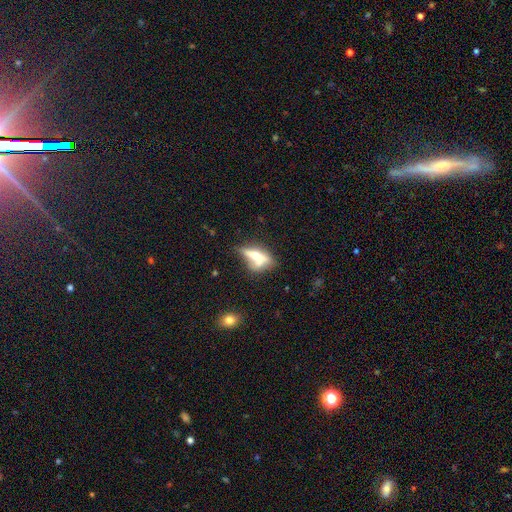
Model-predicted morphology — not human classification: type=featured or disk (48%); merging=none (37%).